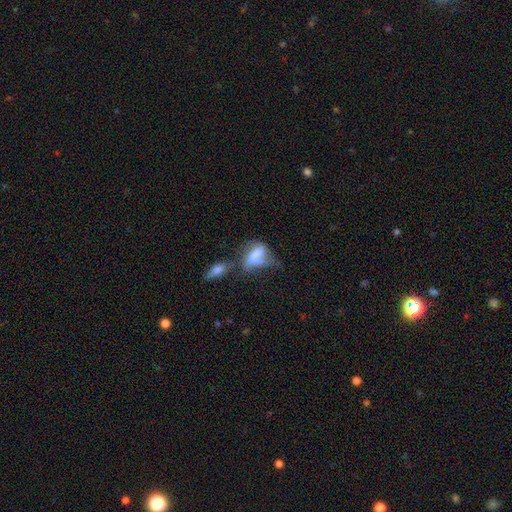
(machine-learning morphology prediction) A smooth galaxy with no disk features (63%) that is in between round and cigar-shaped (83%). Merging: merger (37%).